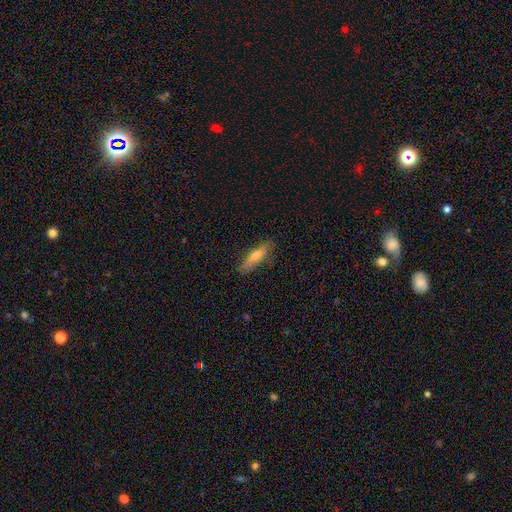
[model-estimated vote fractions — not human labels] smooth 62%, featured or disk 31%, star or artifact 7%. Down the decision tree: how rounded — cigar-shaped (69%); merging — none (83%).